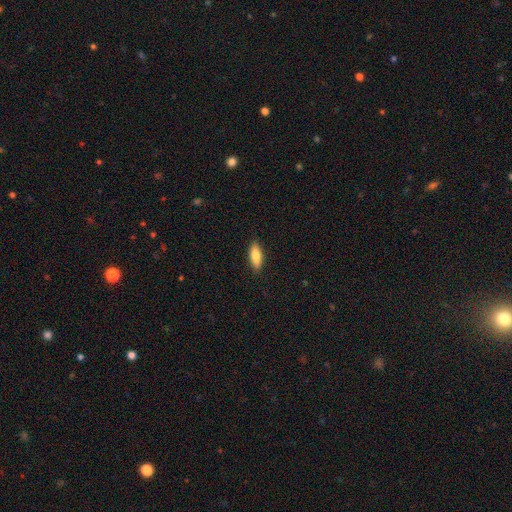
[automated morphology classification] Q: Smooth or featured?
A: smooth (82%); runner-up: featured or disk (12%)
Q: How rounded?
A: in between (66%); runner-up: cigar-shaped (32%)
Q: Merging?
A: none (89%); runner-up: minor disturbance (8%)